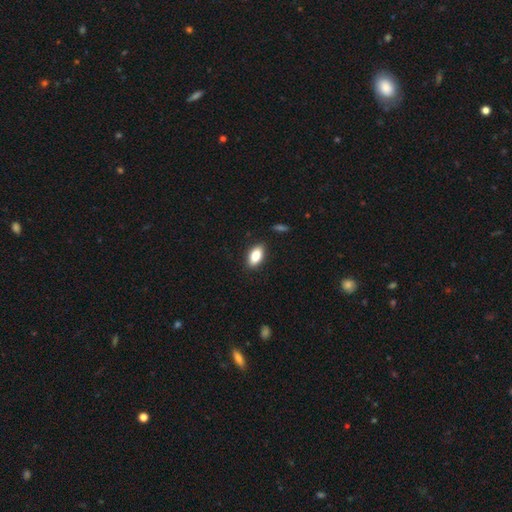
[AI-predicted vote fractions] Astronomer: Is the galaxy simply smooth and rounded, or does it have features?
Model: smooth — 82%.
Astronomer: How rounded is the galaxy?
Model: in between — 89%.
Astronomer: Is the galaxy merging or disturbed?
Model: none — 88%.